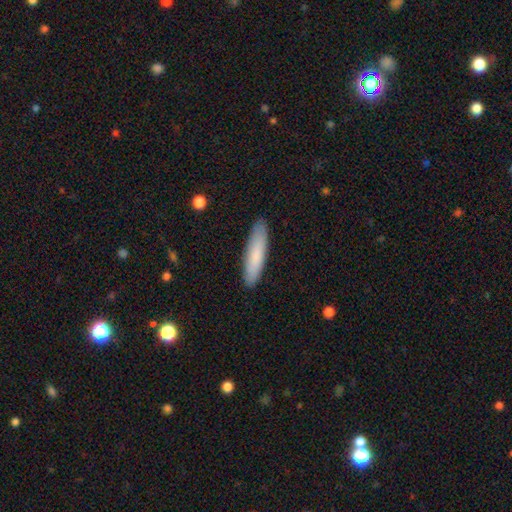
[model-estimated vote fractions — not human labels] smooth 82%, featured or disk 12%, star or artifact 5%. Down the decision tree: how rounded — cigar-shaped (77%); merging — none (89%).